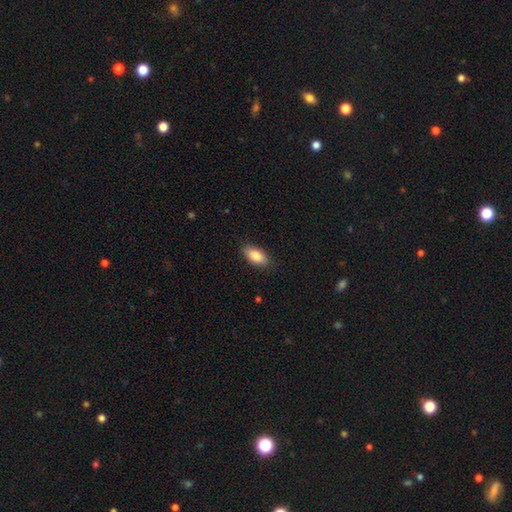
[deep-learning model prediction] smooth_or_featured: smooth (p=0.85) [alt: featured or disk p=0.08]
how_rounded: in between (p=0.91) [alt: cigar-shaped p=0.06]
merging: none (p=0.86) [alt: minor disturbance p=0.11]